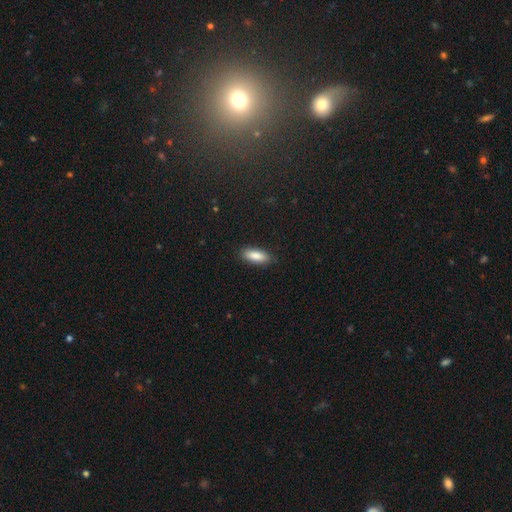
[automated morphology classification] smooth 86%, featured or disk 7%, star or artifact 6%. Down the decision tree: how rounded — in between (73%); merging — none (87%).